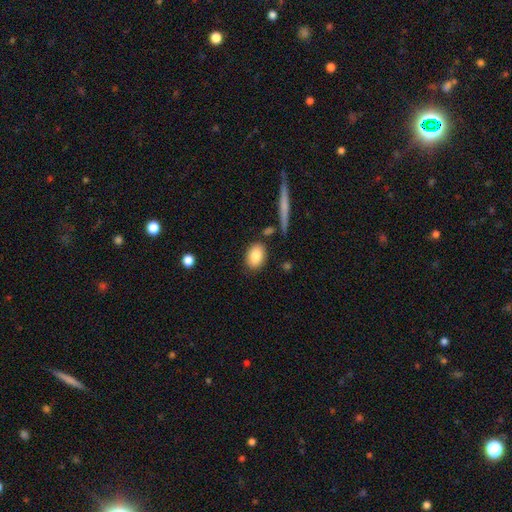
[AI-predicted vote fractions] Q: Smooth or featured?
A: smooth (84%); runner-up: featured or disk (8%)
Q: How rounded?
A: in between (79%); runner-up: round (19%)
Q: Merging?
A: none (83%); runner-up: minor disturbance (10%)